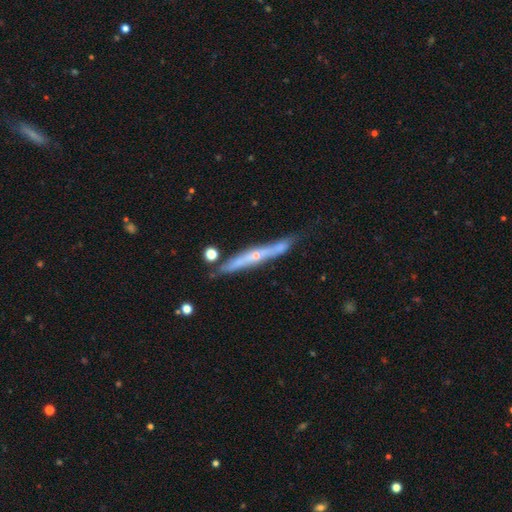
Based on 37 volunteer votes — Smooth or featured: featured or disk — 70% (smooth — 24%)
Edge-on disk: yes — 92% (no — 8%)
Edge-on bulge: rounded — 58% (none — 38%)
Merging: none — 69% (minor disturbance — 29%)